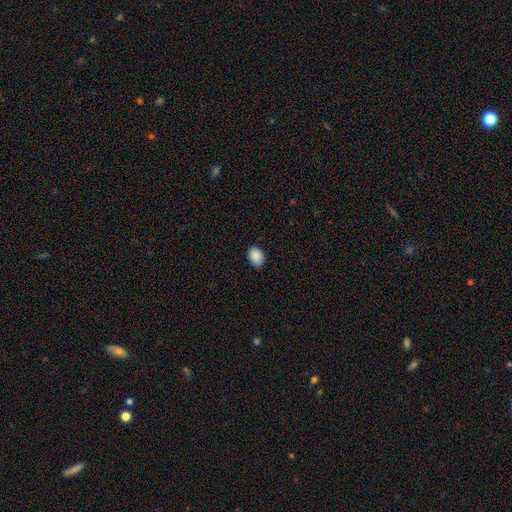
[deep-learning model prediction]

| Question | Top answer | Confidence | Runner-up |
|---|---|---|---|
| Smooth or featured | smooth | 89% | star or artifact (8%) |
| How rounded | in between | 73% | round (26%) |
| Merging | none | 84% | minor disturbance (13%) |